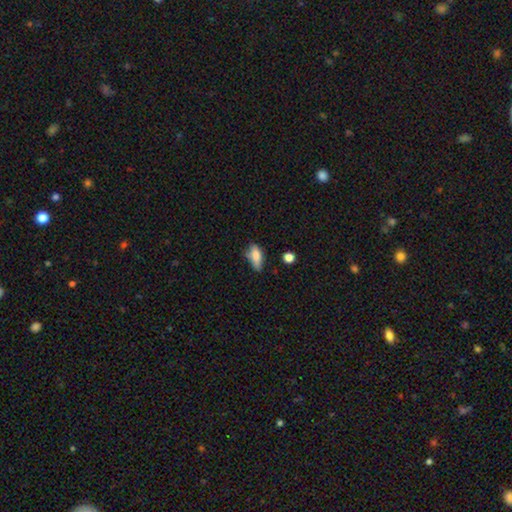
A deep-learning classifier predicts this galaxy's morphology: A smooth galaxy with no disk features (77%) that is in between round and cigar-shaped (80%). Merging: none (45%).